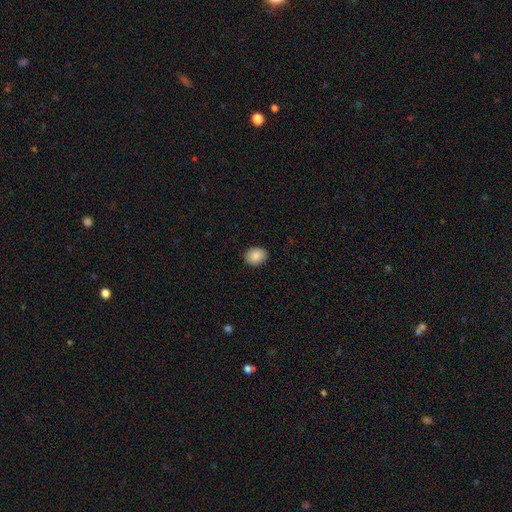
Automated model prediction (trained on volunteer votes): The model was most divided on "how rounded": in between: 56%, round: 43%, cigar-shaped: 1%. More confident: merging — none (90%); smooth or featured — smooth (88%).